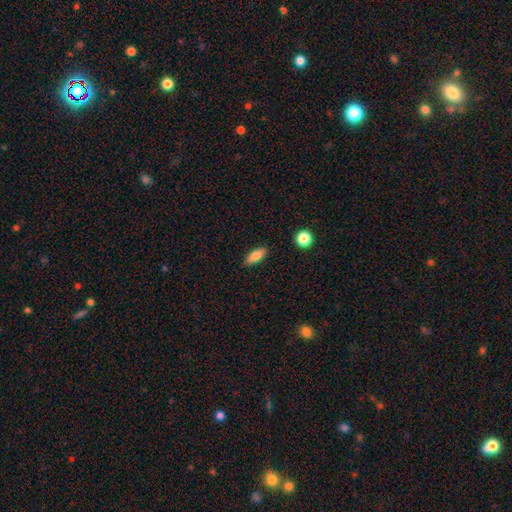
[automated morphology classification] type=smooth (80%); roundness=in between (75%); merging=none (85%).